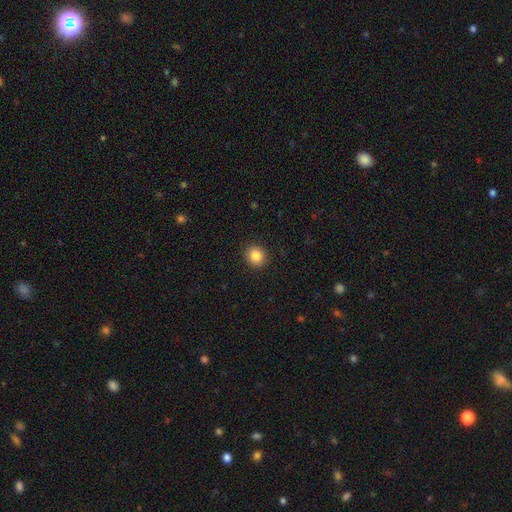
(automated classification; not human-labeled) Smooth or featured? smooth (86%)
How rounded? round (82%)
Merging? none (91%)